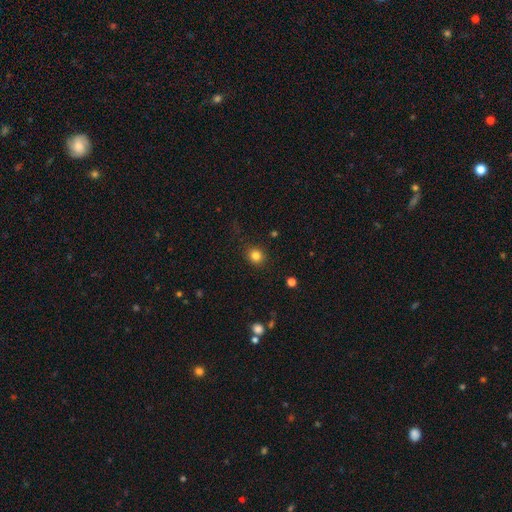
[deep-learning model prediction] A smooth galaxy with no disk features (82%) that is round (81%). Merging: none (88%).